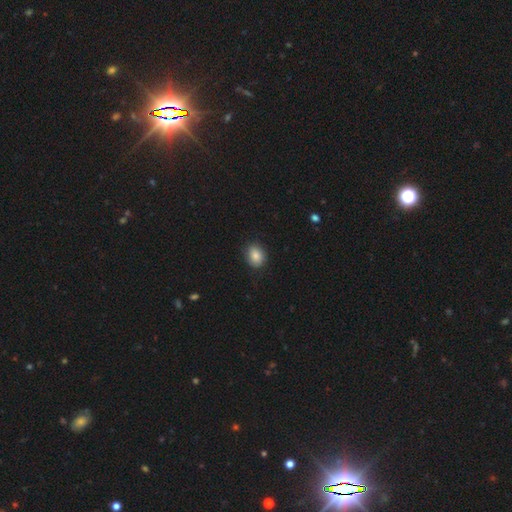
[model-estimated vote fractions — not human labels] smooth-or-featured: smooth: 86% | star or artifact: 8% | featured or disk: 6%
  how-rounded: in between: 61% | round: 38% | cigar-shaped: 1%
  merging: none: 85% | minor disturbance: 12% | major disturbance: 3% | merger: 1%